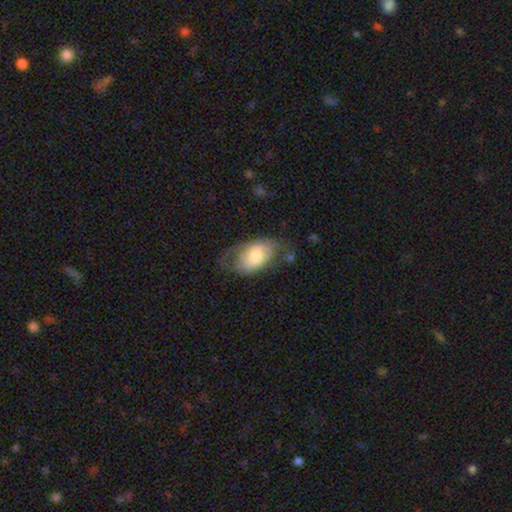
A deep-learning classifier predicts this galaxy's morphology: Smooth or featured: smooth — 57% (featured or disk — 37%)
How rounded: in between — 91% (round — 7%)
Merging: none — 47% (minor disturbance — 29%)